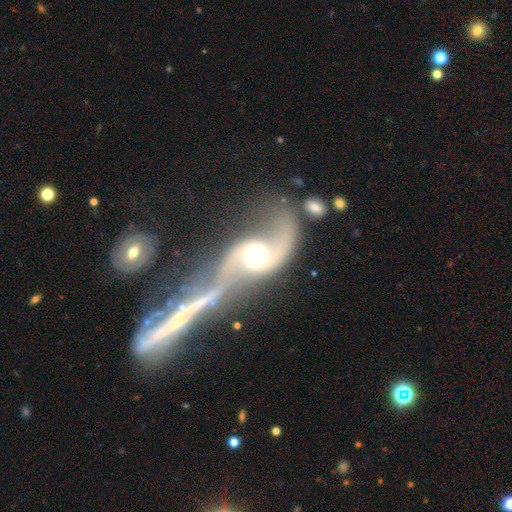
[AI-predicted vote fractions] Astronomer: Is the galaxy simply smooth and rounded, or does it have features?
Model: featured or disk — 82%.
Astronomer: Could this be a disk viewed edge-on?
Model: no — 95%.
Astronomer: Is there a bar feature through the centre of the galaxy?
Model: no — 56%.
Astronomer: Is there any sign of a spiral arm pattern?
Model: yes — 93%.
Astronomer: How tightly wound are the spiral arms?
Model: loose — 78%.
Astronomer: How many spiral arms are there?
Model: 2 — 92%.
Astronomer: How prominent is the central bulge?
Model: moderate — 49% (runner-up: large, 34%).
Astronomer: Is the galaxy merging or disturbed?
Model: merger — 52%.